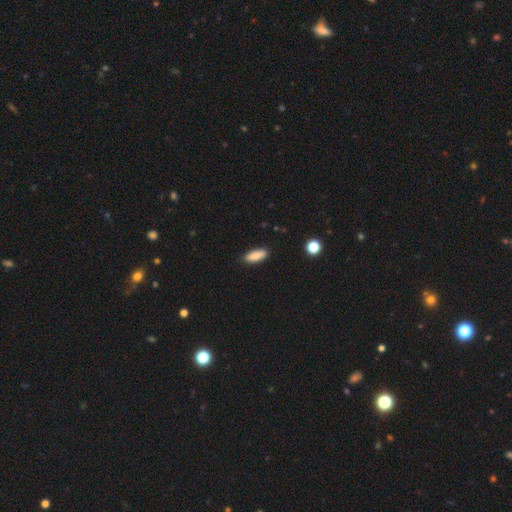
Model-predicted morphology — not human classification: A smooth galaxy with no disk features (87%) that is in between round and cigar-shaped (70%). Merging: none (87%).